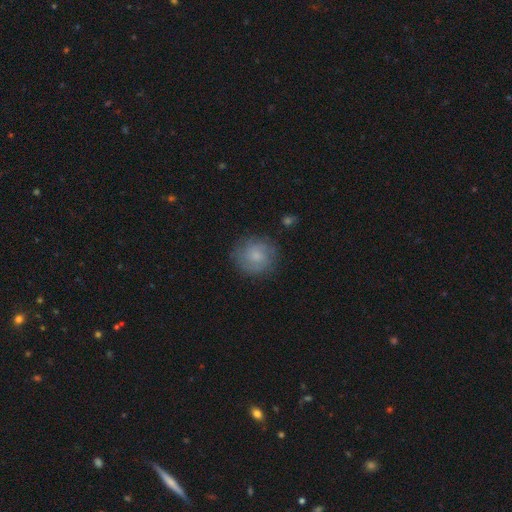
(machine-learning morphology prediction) Smooth or featured?
  - smooth: 55% *
  - featured or disk: 36%
  - star or artifact: 9%
How rounded?
  - round: 88% *
  - in between: 11%
  - cigar-shaped: 1%
Merging?
  - none: 80% *
  - minor disturbance: 14%
  - major disturbance: 5%
  - merger: 1%